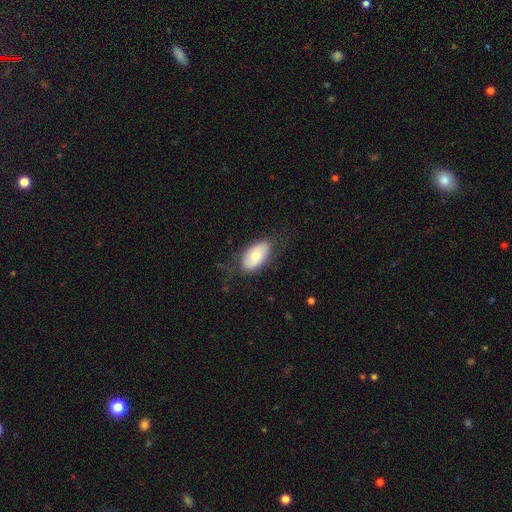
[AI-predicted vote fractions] Smooth or featured: smooth — 64% (featured or disk — 30%)
How rounded: in between — 94% (round — 4%)
Merging: none — 72% (minor disturbance — 20%)